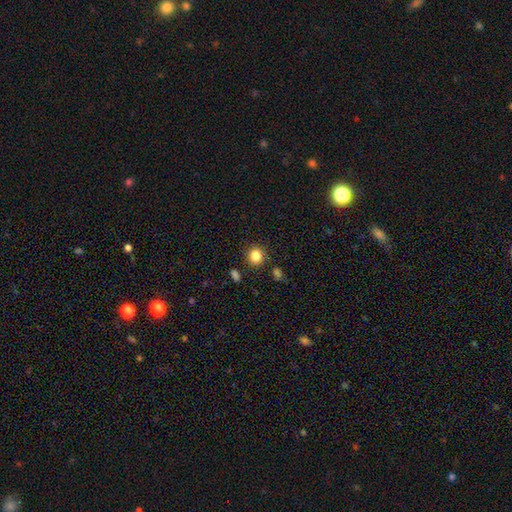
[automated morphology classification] The model was most divided on "how rounded": round: 84%, in between: 15%, cigar-shaped: 1%. More confident: merging — none (87%); smooth or featured — smooth (84%).